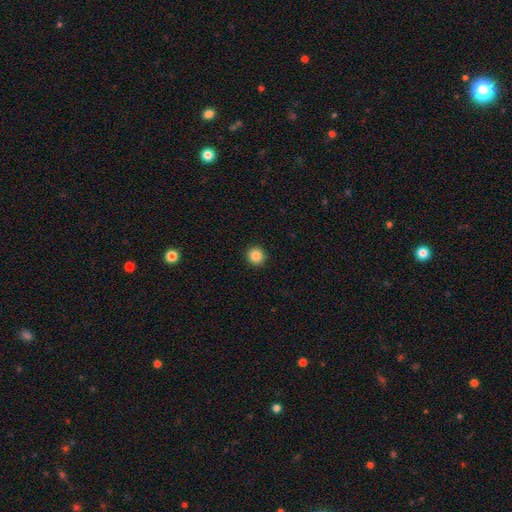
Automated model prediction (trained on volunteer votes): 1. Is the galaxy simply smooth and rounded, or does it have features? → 87% smooth, 10% star or artifact, 4% featured or disk.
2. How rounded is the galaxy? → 93% round, 6% in between, 1% cigar-shaped.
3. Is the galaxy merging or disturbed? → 93% none, 4% minor disturbance, 2% major disturbance, 1% merger.